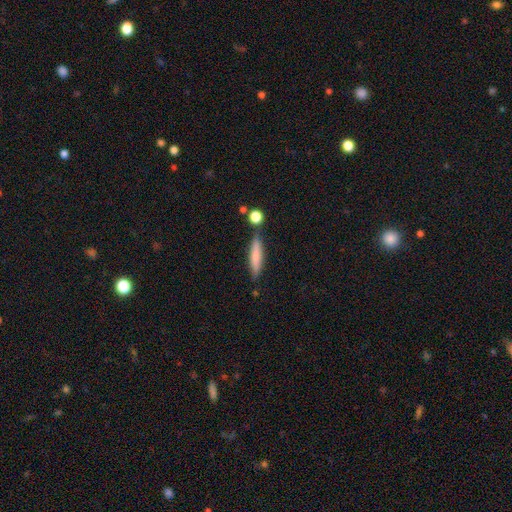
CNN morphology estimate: Q: Smooth or featured?
A: smooth (71%); runner-up: featured or disk (22%)
Q: How rounded?
A: cigar-shaped (82%); runner-up: in between (16%)
Q: Merging?
A: none (75%); runner-up: minor disturbance (14%)